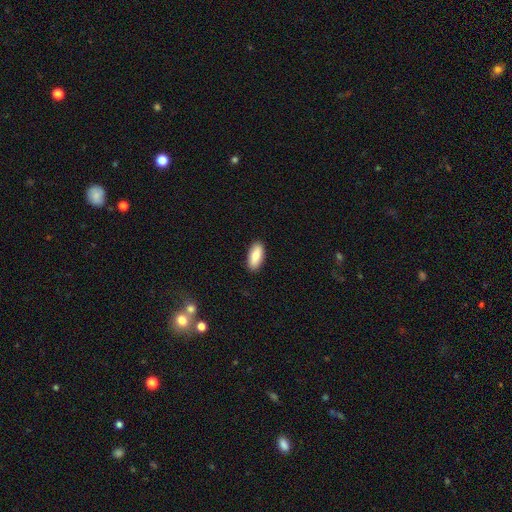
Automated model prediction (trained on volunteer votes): Smooth or featured? smooth (86%)
How rounded? in between (84%)
Merging? none (90%)